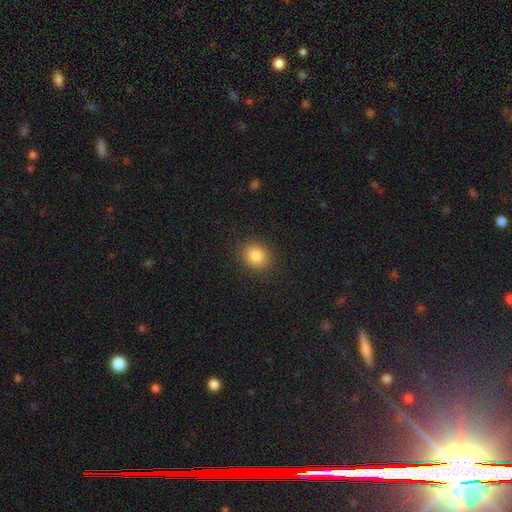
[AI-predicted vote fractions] smooth-or-featured: smooth: 84% | star or artifact: 10% | featured or disk: 6%
  how-rounded: round: 70% | in between: 29% | cigar-shaped: 1%
  merging: none: 90% | minor disturbance: 7% | major disturbance: 2% | merger: 1%